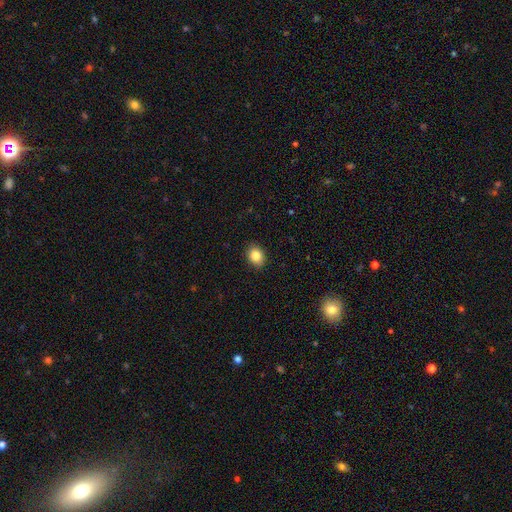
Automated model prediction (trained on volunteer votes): Smooth or featured? smooth (85%)
How rounded? in between (57%)
Merging? none (89%)